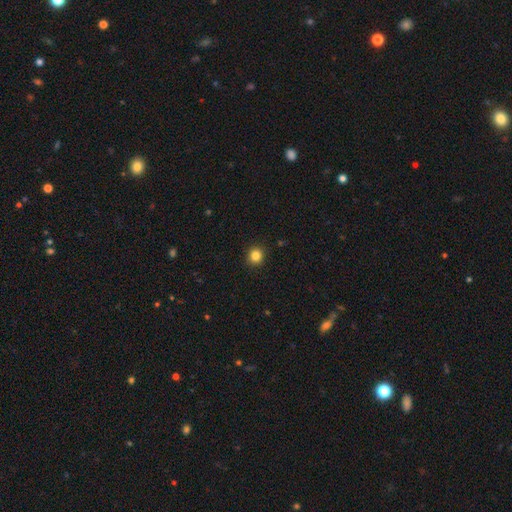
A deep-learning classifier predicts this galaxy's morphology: Smooth or featured? smooth (84%)
How rounded? round (91%)
Merging? none (92%)